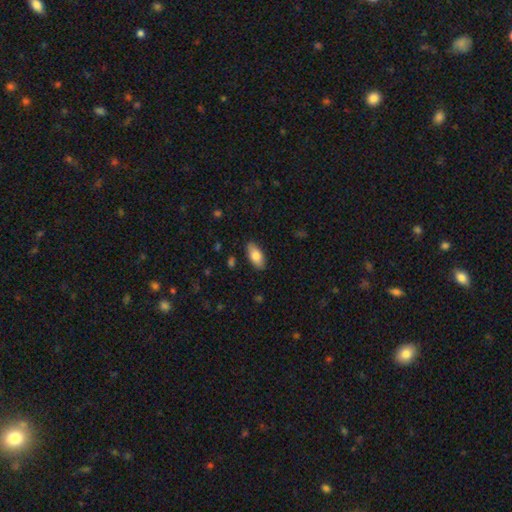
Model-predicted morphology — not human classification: This is clearly a smooth galaxy (80%). How rounded: clearly in between (90%). Merging: clearly none (87%).